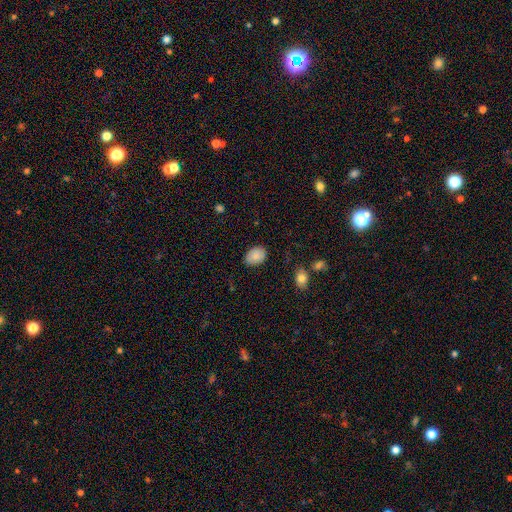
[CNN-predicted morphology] Smooth or featured: smooth — 85% (featured or disk — 7%)
How rounded: in between — 80% (round — 19%)
Merging: none — 83% (minor disturbance — 13%)